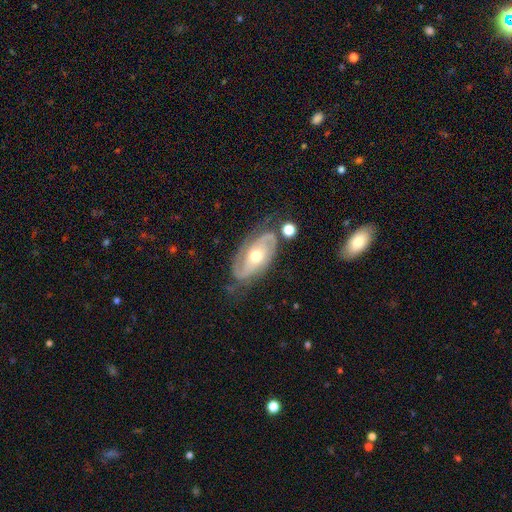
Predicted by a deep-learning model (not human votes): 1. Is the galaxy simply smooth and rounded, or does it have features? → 86% featured or disk, 9% smooth, 5% star or artifact.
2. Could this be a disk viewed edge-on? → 95% no, 5% yes.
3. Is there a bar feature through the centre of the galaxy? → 66% no, 24% weak, 10% strong.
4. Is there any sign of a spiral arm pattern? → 94% yes, 6% no.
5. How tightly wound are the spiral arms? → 46% tight, 40% medium, 14% loose.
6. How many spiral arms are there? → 84% 2, 7% can't tell, 3% 3, 3% 1, 1% 4, 1% more than 4.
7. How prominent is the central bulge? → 74% moderate, 19% small, 5% large, 1% dominant, 1% none.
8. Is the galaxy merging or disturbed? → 69% none, 19% minor disturbance, 8% major disturbance, 4% merger.